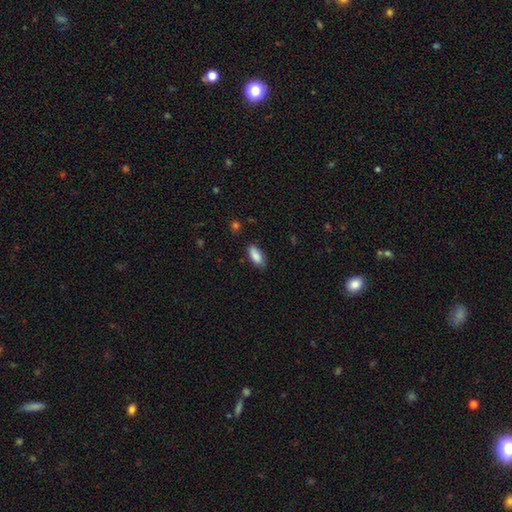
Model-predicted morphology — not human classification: Smooth or featured? smooth (87%)
How rounded? in between (88%)
Merging? none (77%)